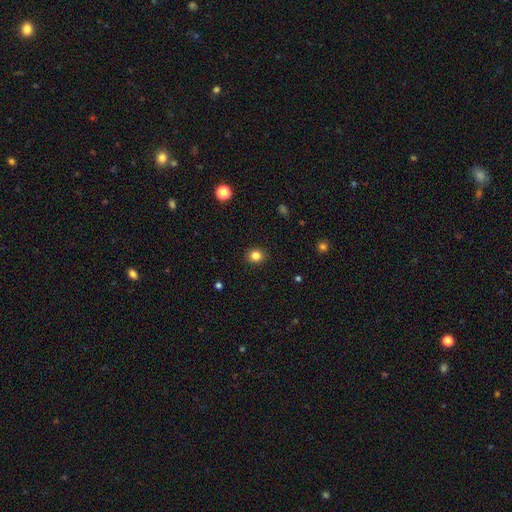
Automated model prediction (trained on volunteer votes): smooth-or-featured: smooth: 83% | star or artifact: 13% | featured or disk: 5%
  how-rounded: round: 85% | in between: 14% | cigar-shaped: 1%
  merging: none: 91% | minor disturbance: 6% | major disturbance: 2% | merger: 1%